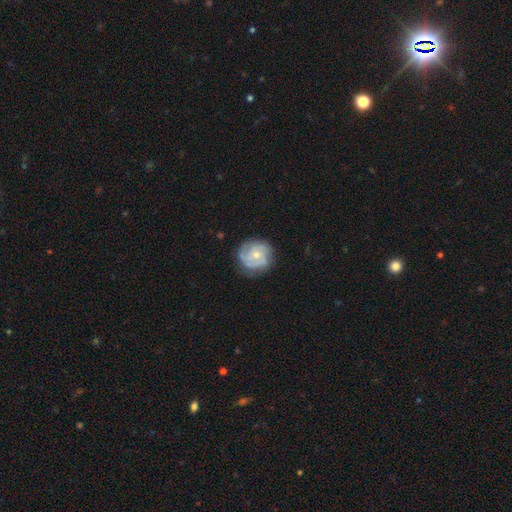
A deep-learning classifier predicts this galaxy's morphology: A featured or disk galaxy (75%) with no bar (72%), 3 (38%) tight (56%) spiral arms (91%) and a small central bulge (50%).

Vote fractions:
- Smooth or featured? featured or disk: 75% / smooth: 19% / star or artifact: 6%
- Edge-on disk? no: 98% / yes: 2%
- Bar? no: 72% / weak: 24% / strong: 4%
- Spiral arms? yes: 91% / no: 9%
- Spiral winding? tight: 56% / medium: 35% / loose: 9%
- Spiral arm count? 3: 38% / can't tell: 23% / 2: 23% / 4: 7% / 1: 4% / more than 4: 4%
- Bulge size? small: 50% / moderate: 45% / none: 2% / large: 2% / dominant: 1%
- Merging? none: 75% / minor disturbance: 18% / major disturbance: 6% / merger: 1%